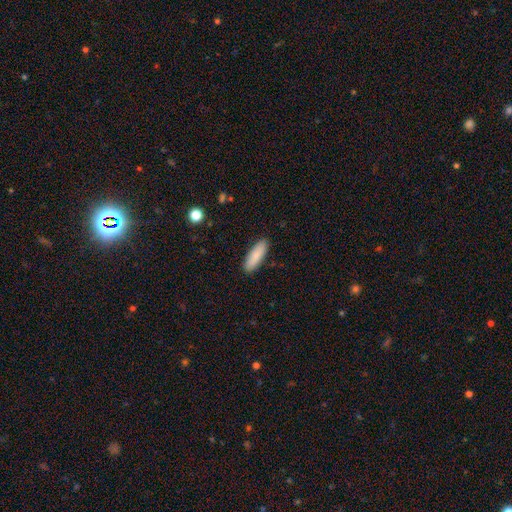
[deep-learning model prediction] This is clearly a smooth galaxy (85%). How rounded: possibly in between (55%). Merging: clearly none (90%).